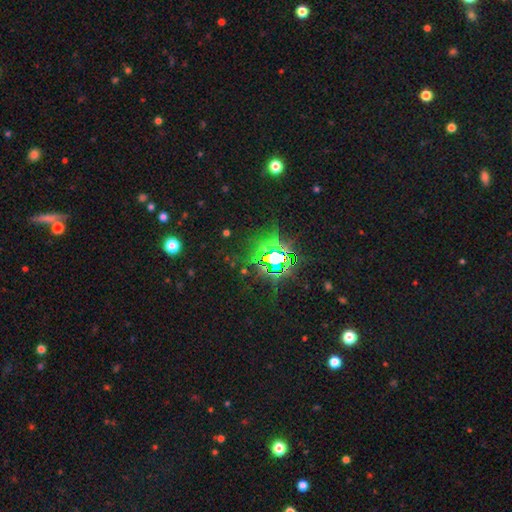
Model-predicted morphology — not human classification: Smooth or featured? Predicted: star or artifact (p=0.80).